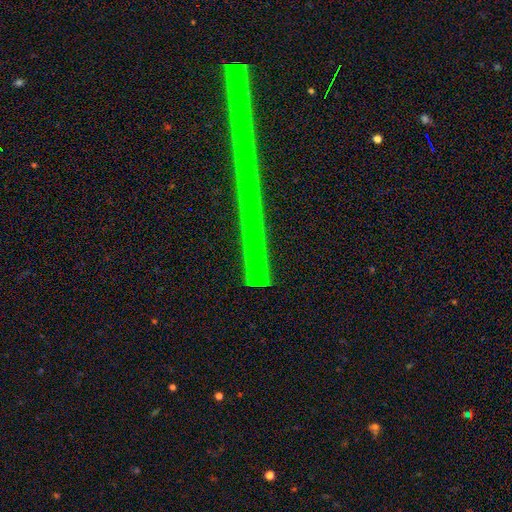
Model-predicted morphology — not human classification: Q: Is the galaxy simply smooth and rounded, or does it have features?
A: star or artifact — 59%.